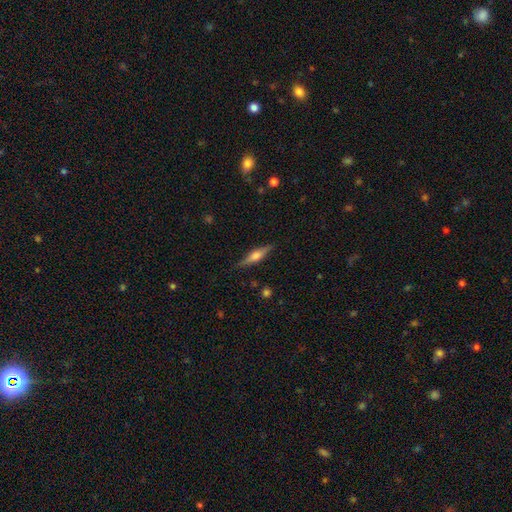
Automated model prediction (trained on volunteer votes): smooth-or-featured: featured or disk: 61% | smooth: 32% | star or artifact: 6%
  disk-edge-on: yes: 96% | no: 4%
    edge-on-bulge: rounded: 85% | boxy: 11% | none: 4%
  merging: none: 87% | minor disturbance: 10% | major disturbance: 2% | merger: 1%